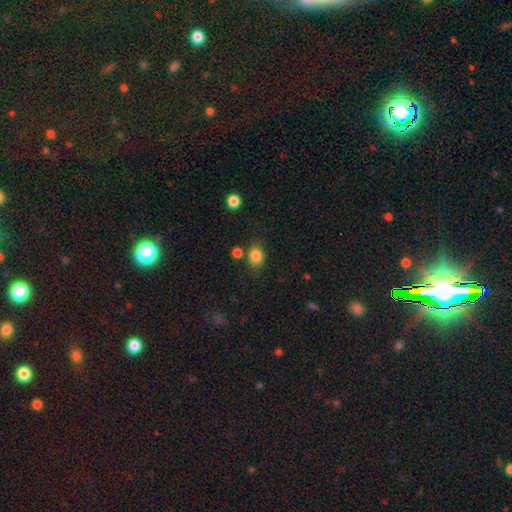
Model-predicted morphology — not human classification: Smooth or featured? smooth (85%)
How rounded? in between (50%)
Merging? none (72%)